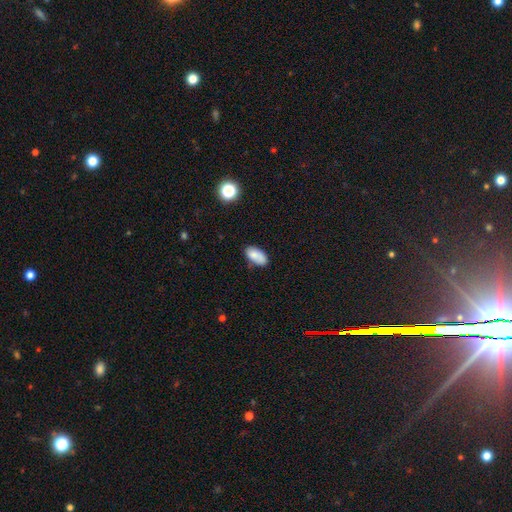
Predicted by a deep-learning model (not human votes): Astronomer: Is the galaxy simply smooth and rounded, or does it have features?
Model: smooth — 81%.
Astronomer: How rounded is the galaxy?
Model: in between — 93%.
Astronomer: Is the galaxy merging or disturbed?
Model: none — 68%.